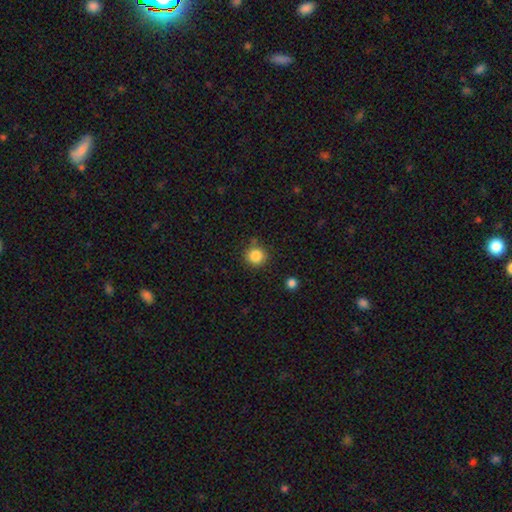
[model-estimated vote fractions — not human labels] This is clearly a smooth galaxy (85%). How rounded: clearly round (93%). Merging: clearly none (83%).